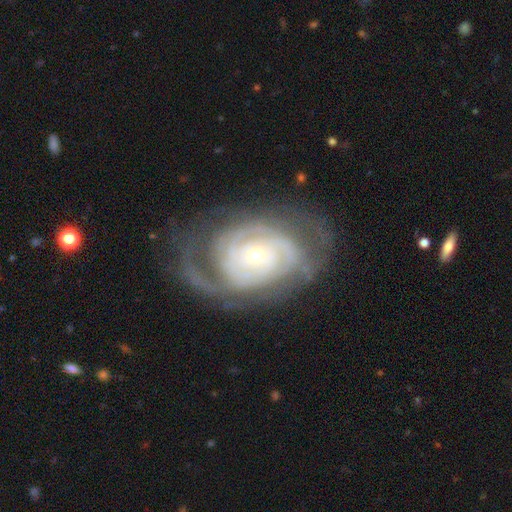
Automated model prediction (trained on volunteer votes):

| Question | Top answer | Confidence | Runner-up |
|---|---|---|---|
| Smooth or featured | featured or disk | 87% | smooth (7%) |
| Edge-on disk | no | 97% | yes (3%) |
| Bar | no | 72% | weak (21%) |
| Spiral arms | yes | 95% | no (5%) |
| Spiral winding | tight | 67% | medium (26%) |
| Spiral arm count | can't tell | 29% | 2 (27%) |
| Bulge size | small | 73% | moderate (22%) |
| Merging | none | 63% | minor disturbance (20%) |